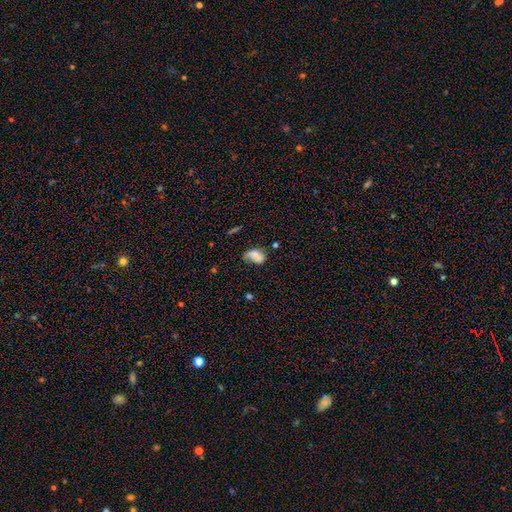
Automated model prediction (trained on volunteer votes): Overall: smooth (61%; featured or disk 28%). How rounded: in between (85%). Merging: none (42%; minor disturbance 32%).